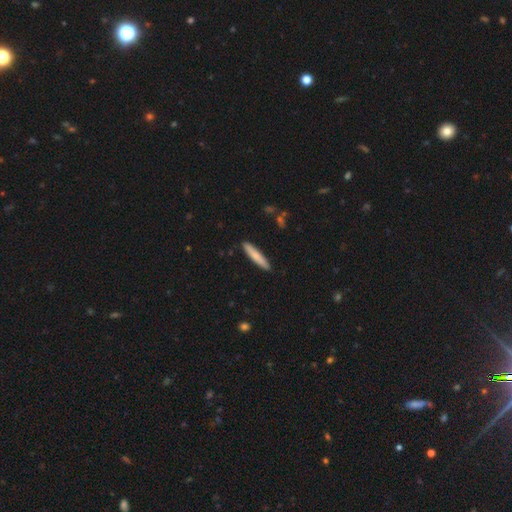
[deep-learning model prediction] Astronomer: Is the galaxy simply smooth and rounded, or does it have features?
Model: smooth — 76%.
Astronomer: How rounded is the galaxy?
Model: cigar-shaped — 91%.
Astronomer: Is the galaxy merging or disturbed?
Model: none — 90%.